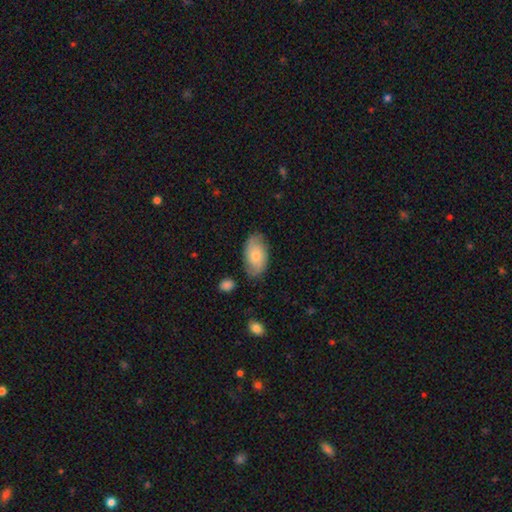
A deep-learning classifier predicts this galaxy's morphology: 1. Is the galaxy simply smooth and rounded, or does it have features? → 70% smooth, 24% featured or disk, 6% star or artifact.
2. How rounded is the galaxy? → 93% in between, 5% round, 2% cigar-shaped.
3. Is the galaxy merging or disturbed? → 75% none, 18% minor disturbance, 4% major disturbance, 2% merger.